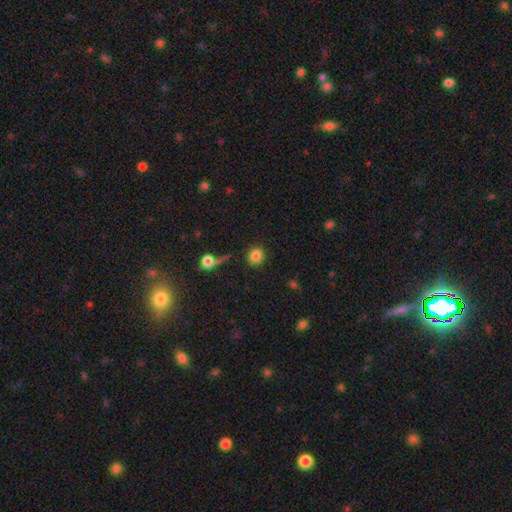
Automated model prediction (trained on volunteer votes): smooth-or-featured: smooth: 83% | star or artifact: 10% | featured or disk: 7%
  how-rounded: round: 85% | in between: 14% | cigar-shaped: 1%
  merging: none: 85% | minor disturbance: 8% | merger: 4% | major disturbance: 3%